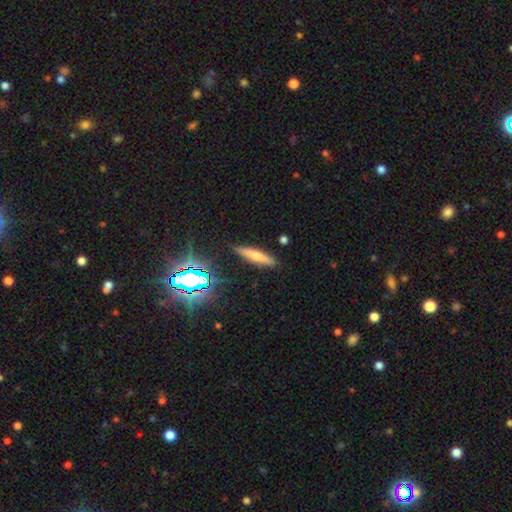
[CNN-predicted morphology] smooth_or_featured: smooth (p=0.55) [alt: featured or disk p=0.32]
how_rounded: cigar-shaped (p=0.83) [alt: in between p=0.15]
merging: none (p=0.88) [alt: minor disturbance p=0.09]